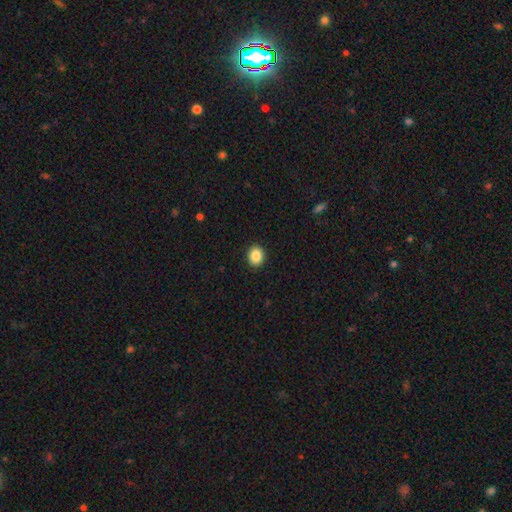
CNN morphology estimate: Q: Smooth or featured?
A: smooth (87%); runner-up: star or artifact (9%)
Q: How rounded?
A: round (58%); runner-up: in between (41%)
Q: Merging?
A: none (91%); runner-up: minor disturbance (6%)